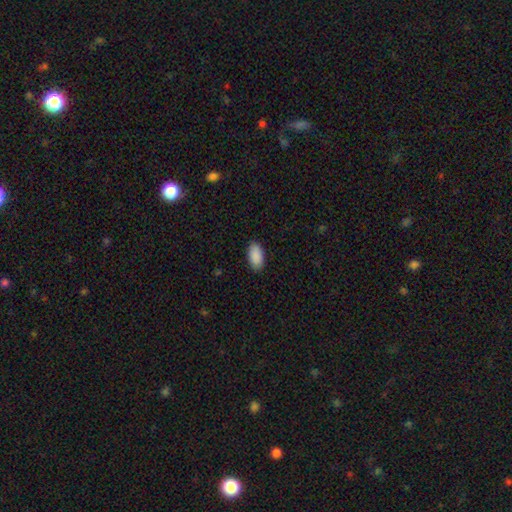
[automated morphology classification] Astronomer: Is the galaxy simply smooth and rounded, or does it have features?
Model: smooth — 91%.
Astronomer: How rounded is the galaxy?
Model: in between — 95%.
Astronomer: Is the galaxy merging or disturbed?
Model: none — 89%.